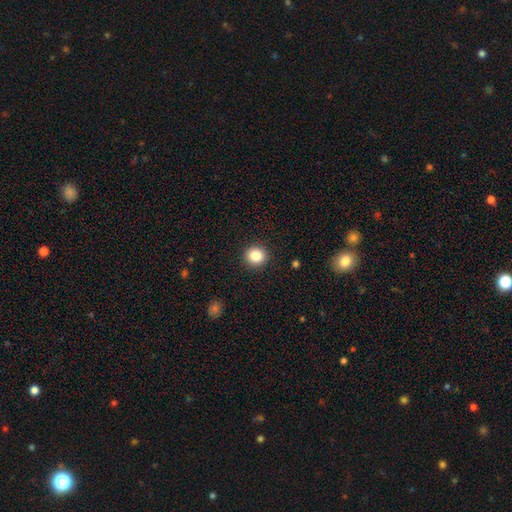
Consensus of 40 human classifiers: Smooth or featured: smooth — 92% (star or artifact — 5%)
How rounded: round — 86% (in between — 14%)
Merging: none — 95% (minor disturbance — 3%)